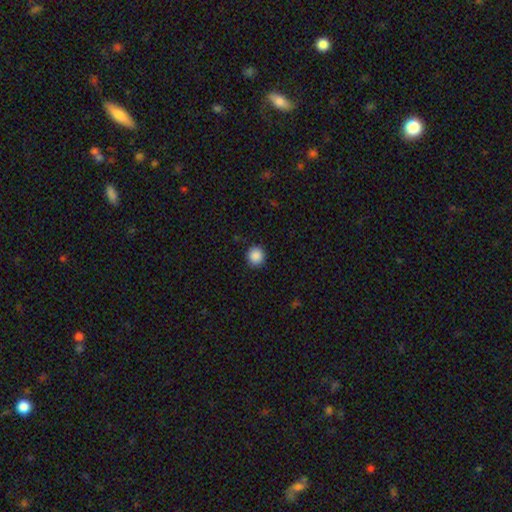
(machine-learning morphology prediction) This appears to be a smooth galaxy with no disk features (88%) that is round (92%). Merging: none (91%).